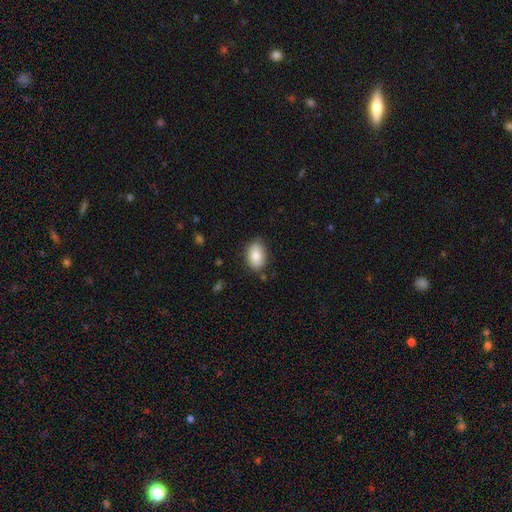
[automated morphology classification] Smooth or featured: smooth — 82% (featured or disk — 10%)
How rounded: in between — 86% (round — 12%)
Merging: none — 82% (minor disturbance — 13%)